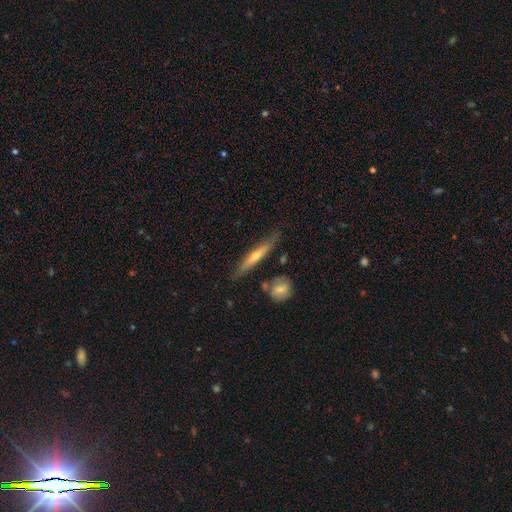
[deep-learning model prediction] Smooth or featured? Predicted: featured or disk (p=0.53). Edge-on disk? Predicted: yes (p=0.90). Merging? Predicted: none (p=0.78).